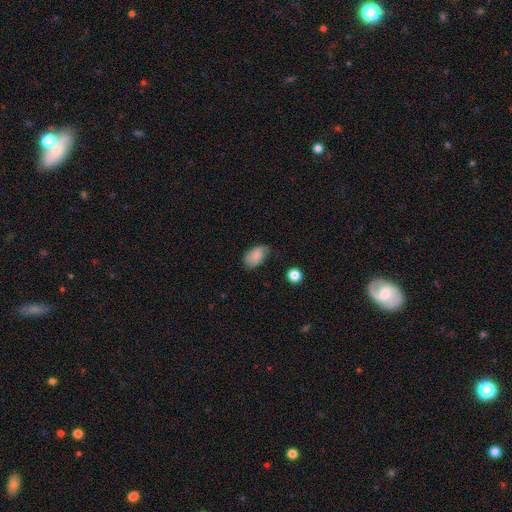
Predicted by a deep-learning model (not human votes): smooth 79%, featured or disk 13%, star or artifact 8%. Down the decision tree: how rounded — in between (90%); merging — none (60%).